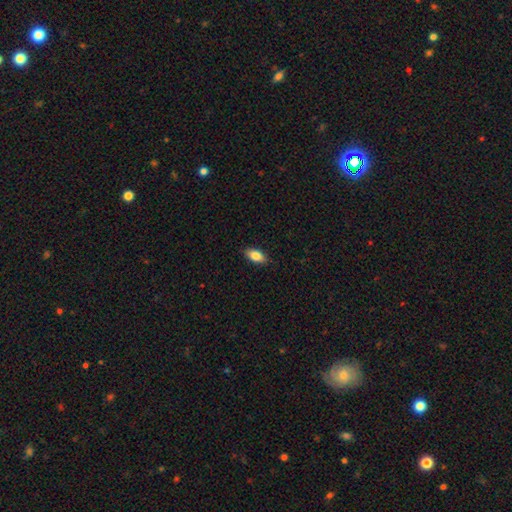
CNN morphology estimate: smooth-or-featured: smooth: 85% | featured or disk: 8% | star or artifact: 7%
  how-rounded: in between: 90% | cigar-shaped: 6% | round: 4%
  merging: none: 87% | minor disturbance: 10% | major disturbance: 2% | merger: 1%